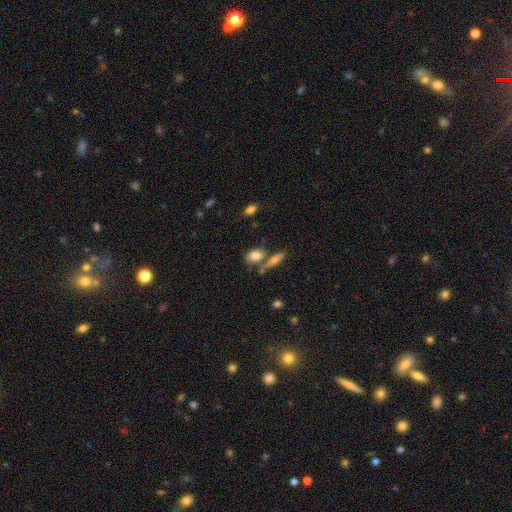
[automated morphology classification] Smooth or featured? smooth (75%)
How rounded? in between (79%)
Merging? none (52%)